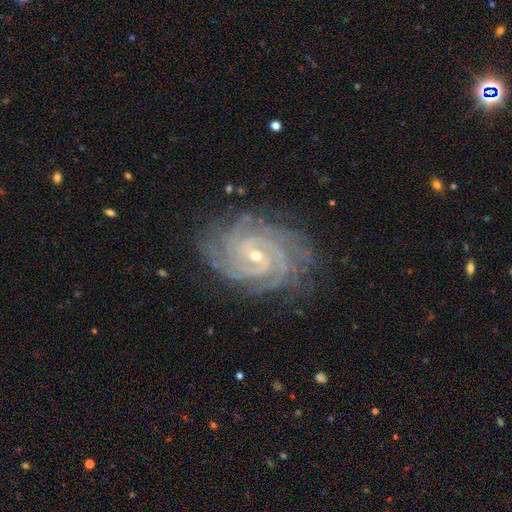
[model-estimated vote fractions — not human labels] smooth-or-featured: featured or disk: 93% | star or artifact: 5% | smooth: 3%
  disk-edge-on: no: 98% | yes: 2%
    bar: weak: 42% | no: 38% | strong: 19%
    has-spiral-arms: yes: 99% | no: 1%
      spiral-winding: tight: 83% | medium: 16% | loose: 2%
      spiral-arm-count: 4: 25% | 3: 20% | 2: 17% | more than 4: 15% | can't tell: 15% | 1: 8%
    bulge-size: small: 66% | moderate: 32% | large: 1% | none: 1% | dominant: 1%
  merging: none: 82% | minor disturbance: 13% | major disturbance: 4% | merger: 1%